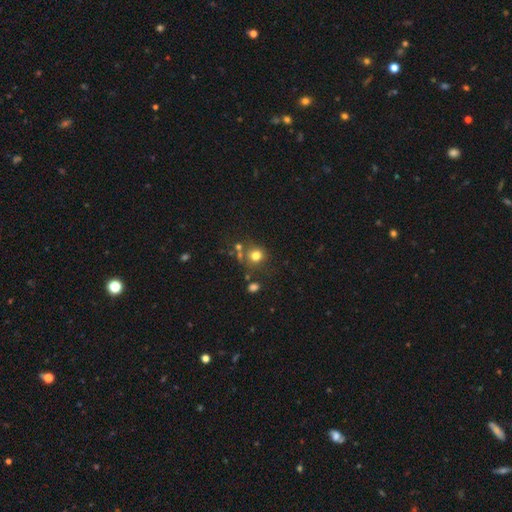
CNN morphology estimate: smooth 76%, star or artifact 15%, featured or disk 9%. Down the decision tree: how rounded — round (86%); merging — none (66%).